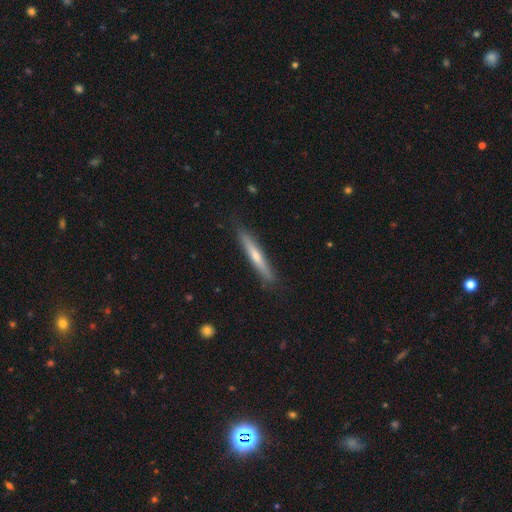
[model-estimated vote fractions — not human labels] Morphology: type=featured or disk (52%); edge-on=yes (95%); merging=none (88%).